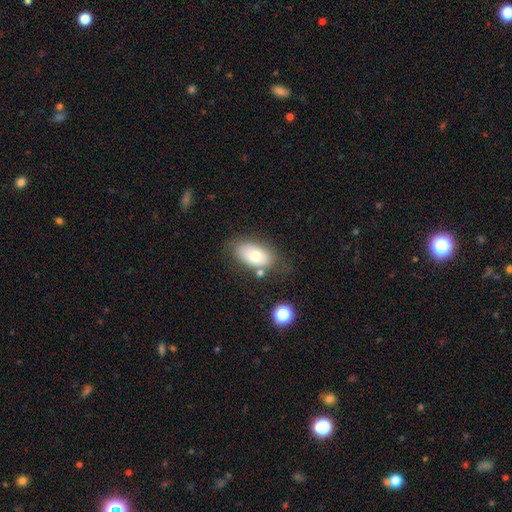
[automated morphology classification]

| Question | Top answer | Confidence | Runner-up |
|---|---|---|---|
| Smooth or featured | smooth | 68% | featured or disk (23%) |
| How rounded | in between | 91% | round (7%) |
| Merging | none | 65% | minor disturbance (19%) |